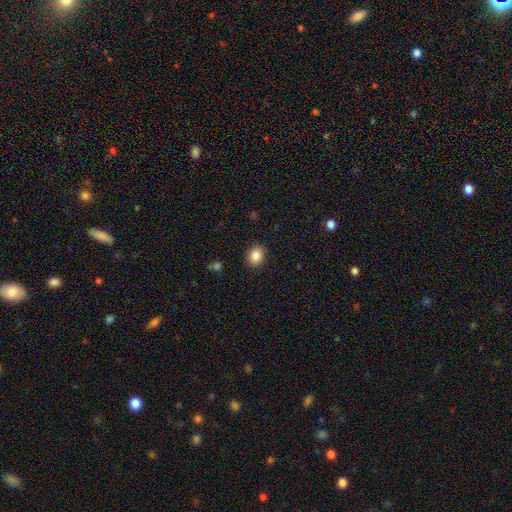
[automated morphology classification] Smooth or featured? Predicted: smooth (p=0.86). How rounded? Predicted: round (p=0.56). Merging? Predicted: none (p=0.89).